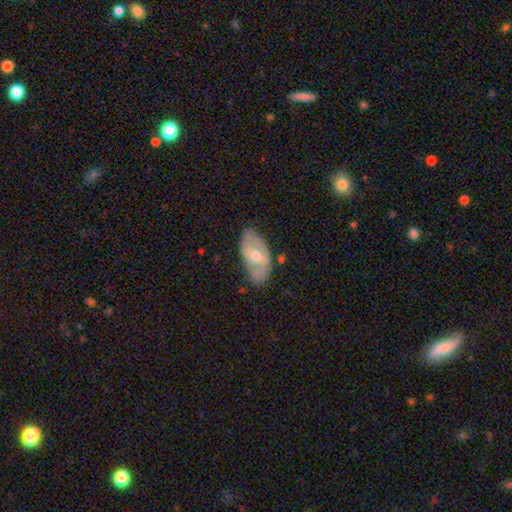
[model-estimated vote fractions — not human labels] Smooth or featured: featured or disk — 56% (smooth — 37%)
Edge-on disk: no — 90% (yes — 10%)
Bar: no — 42% (tied with weak — 42%)
Spiral arms: no — 51% (yes — 49%)
Bulge size: moderate — 68% (small — 26%)
Merging: none — 70% (minor disturbance — 23%)